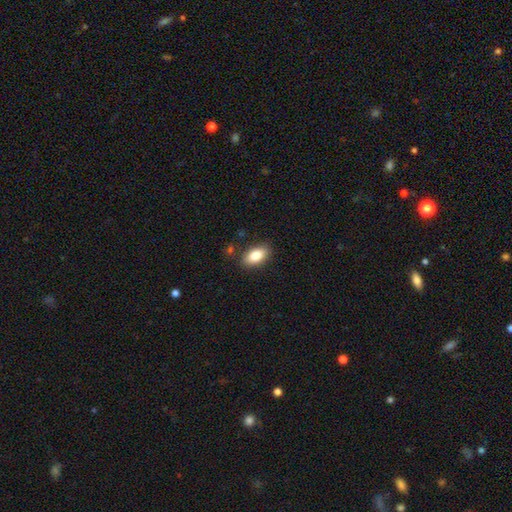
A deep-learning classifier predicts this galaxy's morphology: Overall: smooth (83%). How rounded: in between (91%). Merging: none (86%).